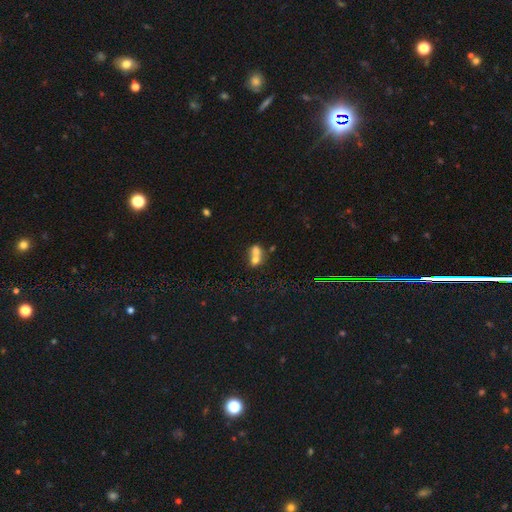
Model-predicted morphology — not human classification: Smooth or featured?
  - smooth: 65% *
  - featured or disk: 23%
  - star or artifact: 12%
How rounded?
  - round: 55% *
  - in between: 43%
  - cigar-shaped: 2%
Merging?
  - merger: 73% *
  - none: 19%
  - minor disturbance: 5%
  - major disturbance: 3%